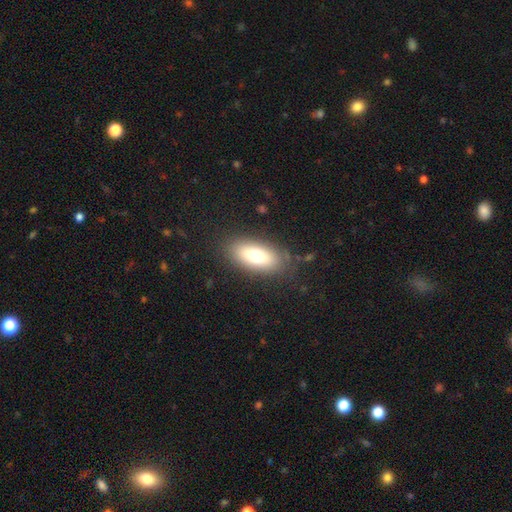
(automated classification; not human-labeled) smooth-or-featured: smooth: 72% | featured or disk: 20% | star or artifact: 8%
  how-rounded: in between: 84% | cigar-shaped: 12% | round: 4%
  merging: none: 83% | minor disturbance: 11% | major disturbance: 4% | merger: 1%